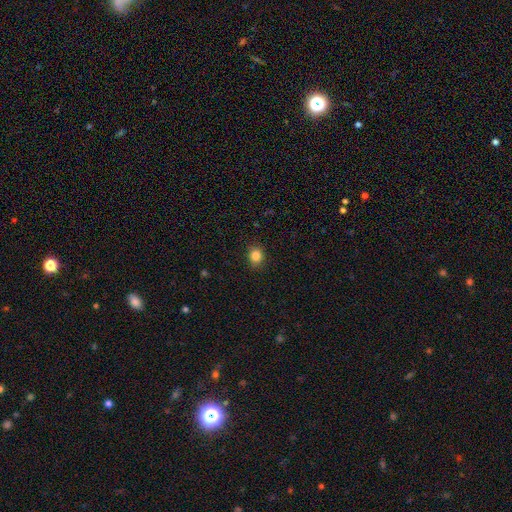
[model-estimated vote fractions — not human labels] A smooth galaxy with no disk features (85%) that is round (70%). Merging: none (89%).